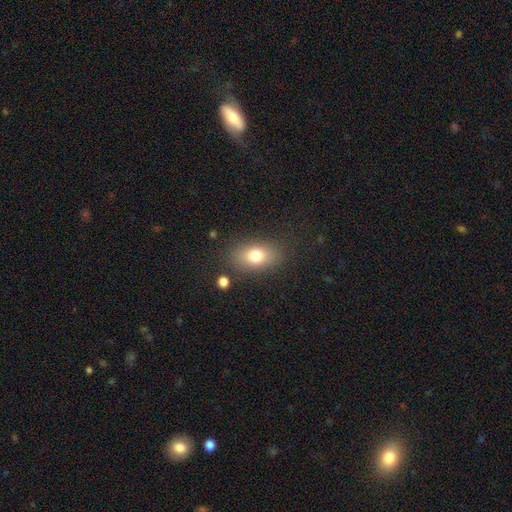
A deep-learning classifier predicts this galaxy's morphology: Smooth or featured?
  - smooth: 77% *
  - featured or disk: 14%
  - star or artifact: 10%
How rounded?
  - in between: 83% *
  - round: 14%
  - cigar-shaped: 3%
Merging?
  - none: 82% *
  - minor disturbance: 12%
  - major disturbance: 4%
  - merger: 2%